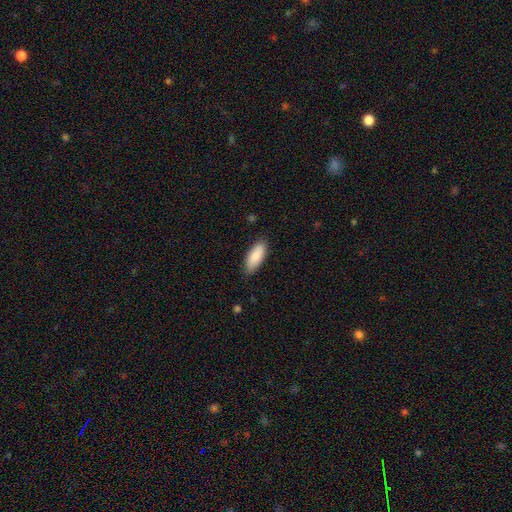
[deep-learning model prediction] Q: Smooth or featured?
A: smooth (87%); runner-up: featured or disk (8%)
Q: How rounded?
A: in between (80%); runner-up: cigar-shaped (18%)
Q: Merging?
A: none (85%); runner-up: minor disturbance (12%)